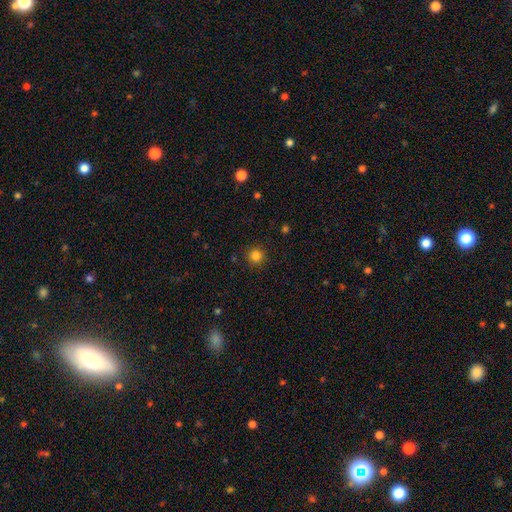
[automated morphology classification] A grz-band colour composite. It shows a smooth galaxy with no disk features (83%) that is round (94%). Merging: none (90%).